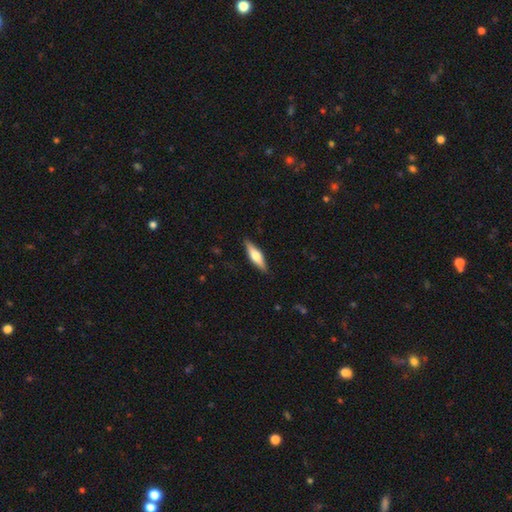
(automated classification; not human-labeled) The model was most divided on "smooth or featured" (2-way tie): smooth: 47%, featured or disk: 47%, star or artifact: 5%. More confident: merging — none (89%).